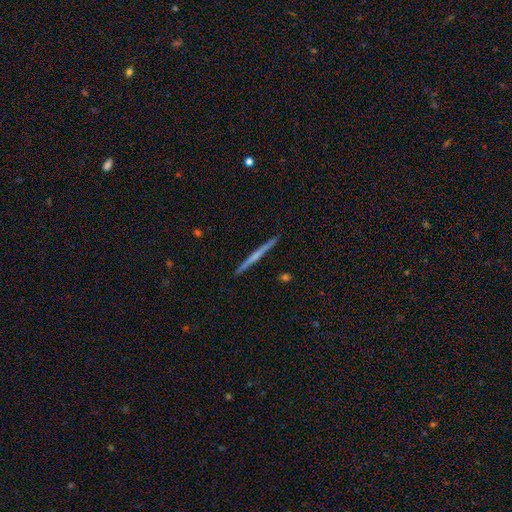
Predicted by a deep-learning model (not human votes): Overall: featured or disk (61%; smooth 33%). Edge-on disk: yes (98%). Edge-on bulge: none (65%; rounded 27%). Merging: none (92%).